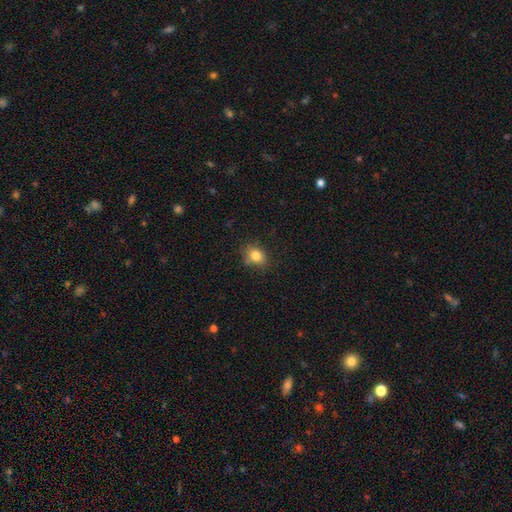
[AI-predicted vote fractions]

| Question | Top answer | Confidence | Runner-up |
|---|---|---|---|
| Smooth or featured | smooth | 82% | star or artifact (11%) |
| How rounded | in between | 55% | round (44%) |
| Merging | none | 75% | minor disturbance (17%) |